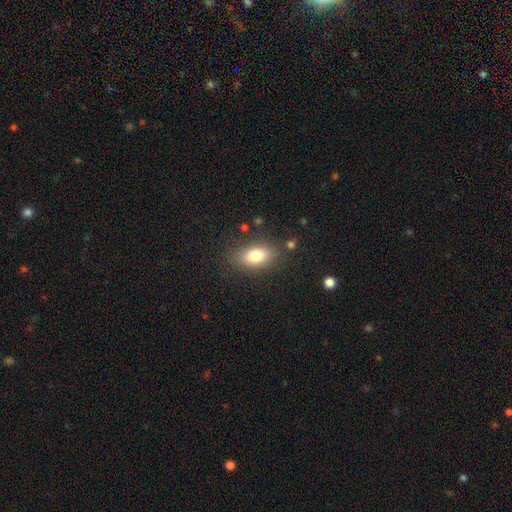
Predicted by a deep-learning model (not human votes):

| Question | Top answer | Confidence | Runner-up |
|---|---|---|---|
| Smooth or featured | smooth | 79% | featured or disk (12%) |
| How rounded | in between | 86% | round (8%) |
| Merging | none | 82% | minor disturbance (12%) |